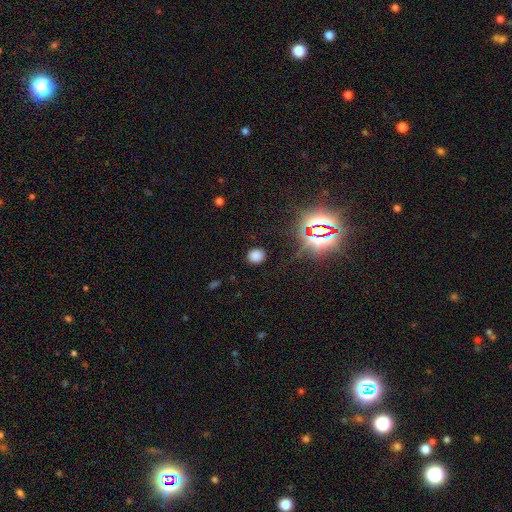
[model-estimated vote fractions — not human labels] This is likely a smooth galaxy (71%). How rounded: likely round (64%). Merging: clearly none (86%).